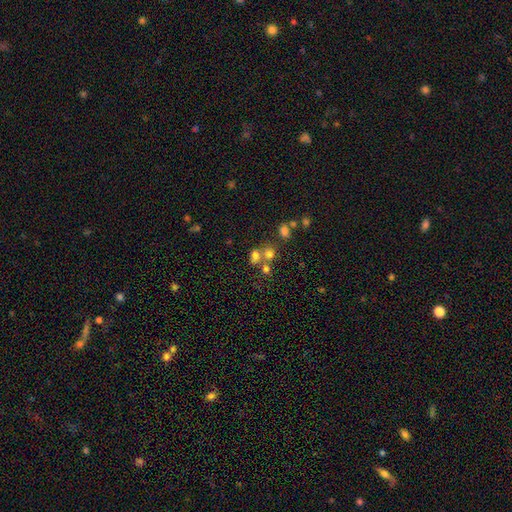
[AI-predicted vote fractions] This appears to be a smooth galaxy with no disk features (65%) that is round (58%). Merging: merger (45%).